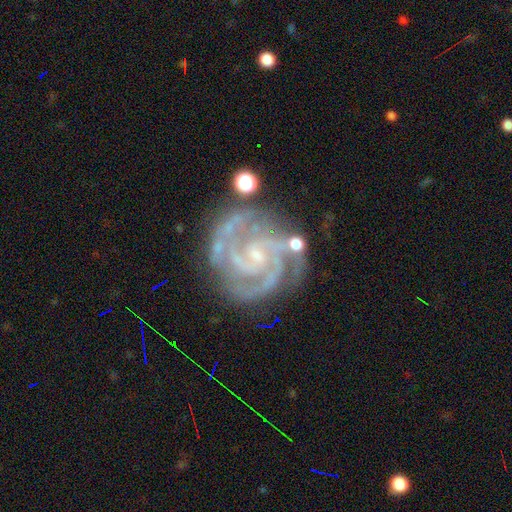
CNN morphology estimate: Smooth or featured? featured or disk (91%)
Edge-on disk? no (98%)
Bar? no (52%)
Spiral arms? yes (98%)
Spiral winding? tight (65%)
Spiral arm count? 3 (38%)
Bulge size? small (72%)
Merging? none (68%)